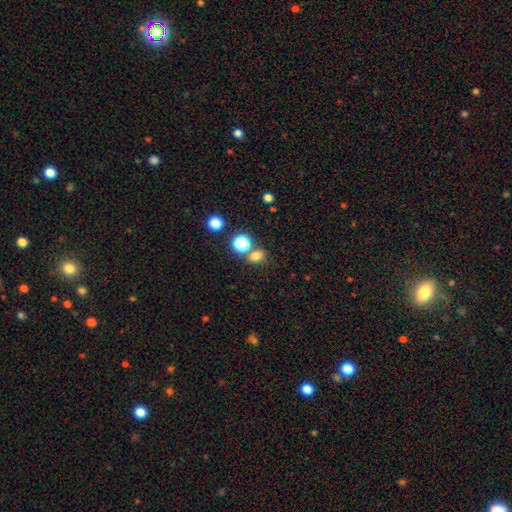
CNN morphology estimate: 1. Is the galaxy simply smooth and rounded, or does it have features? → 73% smooth, 20% star or artifact, 6% featured or disk.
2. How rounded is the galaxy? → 56% round, 43% in between, 1% cigar-shaped.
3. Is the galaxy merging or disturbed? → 66% none, 20% merger, 10% minor disturbance, 4% major disturbance.